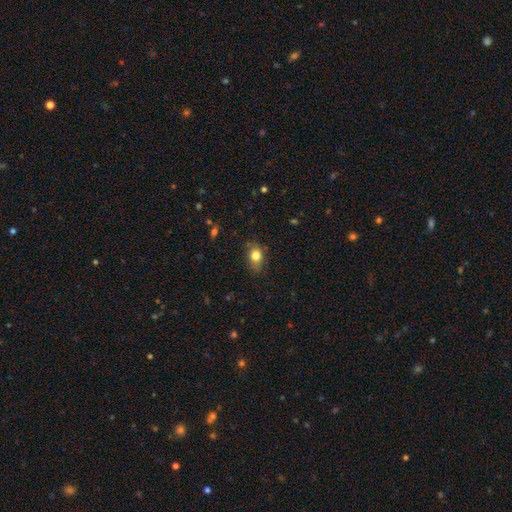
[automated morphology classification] Smooth or featured?
  - smooth: 81% *
  - star or artifact: 10%
  - featured or disk: 10%
How rounded?
  - in between: 66% *
  - round: 32%
  - cigar-shaped: 2%
Merging?
  - none: 74% *
  - minor disturbance: 20%
  - major disturbance: 4%
  - merger: 1%